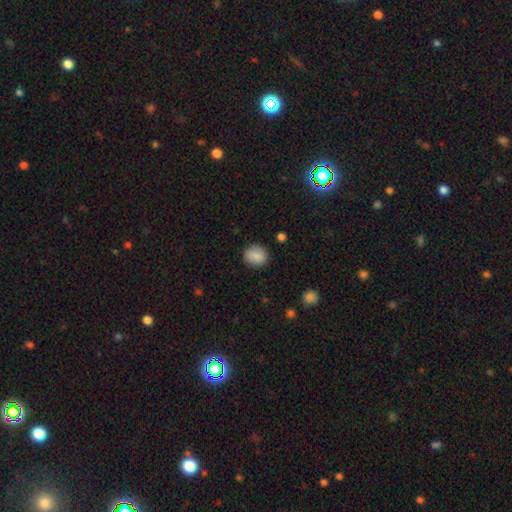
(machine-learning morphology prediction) smooth 86%, star or artifact 8%, featured or disk 6%. Down the decision tree: how rounded — round (78%); merging — none (87%).